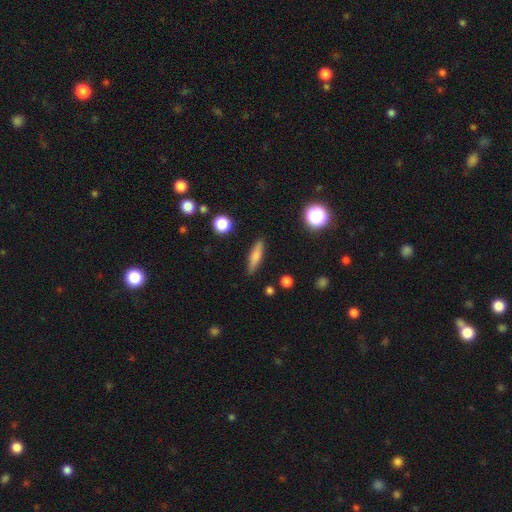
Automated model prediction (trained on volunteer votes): This is likely a smooth galaxy (71%). How rounded: likely cigar-shaped (68%). Merging: clearly none (86%).